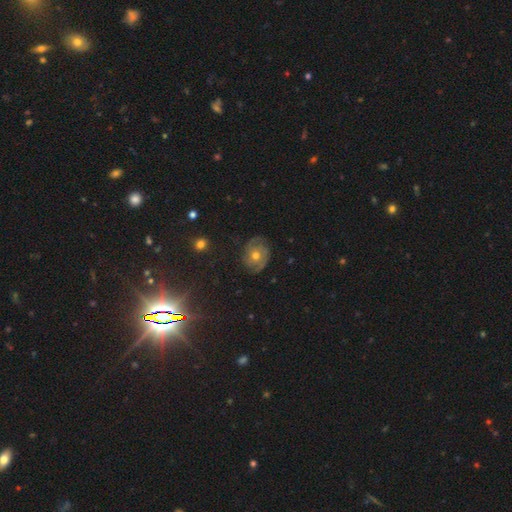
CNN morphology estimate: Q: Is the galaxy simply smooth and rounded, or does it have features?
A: featured or disk — 71%.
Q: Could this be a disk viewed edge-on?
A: no — 97%.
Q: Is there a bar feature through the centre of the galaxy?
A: no — 82%.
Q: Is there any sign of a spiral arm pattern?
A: yes — 91%.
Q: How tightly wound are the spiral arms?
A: tight — 58%.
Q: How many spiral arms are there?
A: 2 — 38%.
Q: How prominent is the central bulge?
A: moderate — 71%.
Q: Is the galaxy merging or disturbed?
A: none — 77%.